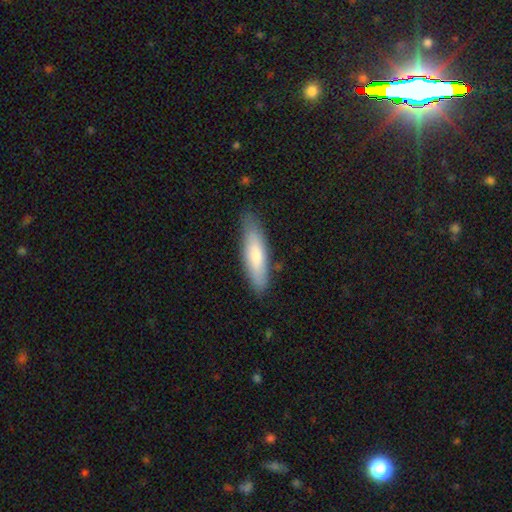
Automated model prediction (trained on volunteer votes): A smooth galaxy with no disk features (72%) that is cigar-shaped (65%).

Vote fractions:
- Smooth or featured? smooth: 72% / featured or disk: 23% / star or artifact: 6%
- How rounded? cigar-shaped: 65% / in between: 34% / round: 1%
- Merging? none: 81% / minor disturbance: 15% / major disturbance: 3% / merger: 2%